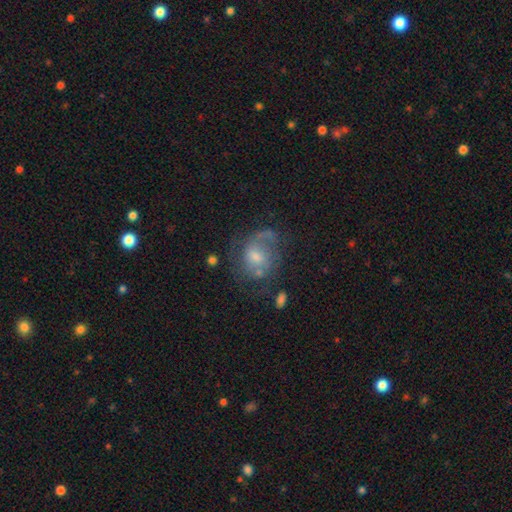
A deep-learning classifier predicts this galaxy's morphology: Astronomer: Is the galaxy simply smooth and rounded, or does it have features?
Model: featured or disk — 64%.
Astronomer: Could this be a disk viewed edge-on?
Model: no — 97%.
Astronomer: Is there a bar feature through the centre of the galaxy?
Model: no — 58% (runner-up: weak, 36%).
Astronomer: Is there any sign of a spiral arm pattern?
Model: yes — 80%.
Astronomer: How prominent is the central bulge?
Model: moderate — 49% (runner-up: small, 37%).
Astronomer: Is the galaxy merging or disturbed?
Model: none — 50%.